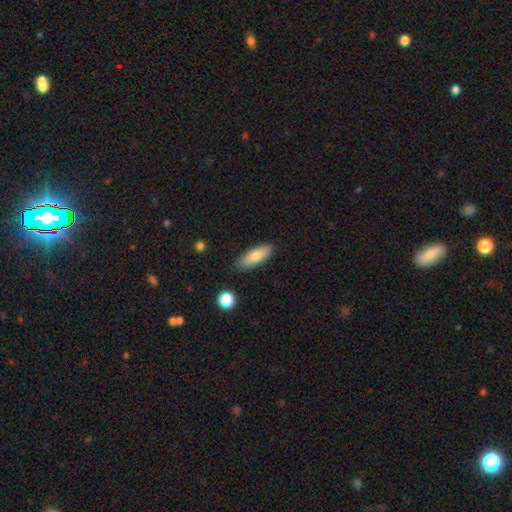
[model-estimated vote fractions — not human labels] Smooth or featured? smooth (75%)
How rounded? in between (63%)
Merging? none (82%)